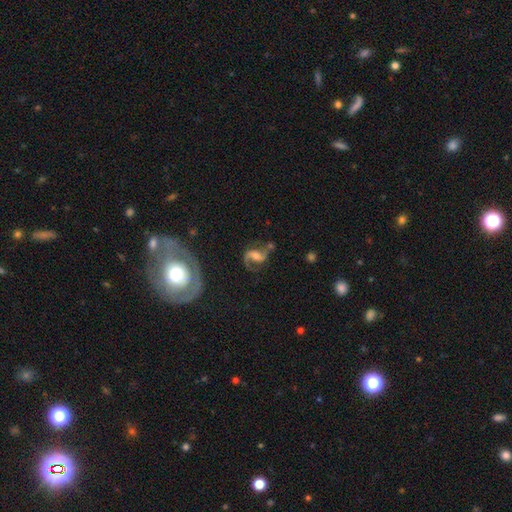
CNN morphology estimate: Smooth or featured: featured or disk — 85% (smooth — 8%)
Edge-on disk: no — 97% (yes — 3%)
Bar: weak — 45% (no — 31%)
Spiral arms: yes — 96% (no — 4%)
Spiral winding: loose — 48% (medium — 43%)
Spiral arm count: 2 — 89% (1 — 5%)
Bulge size: moderate — 45% (small — 32%)
Merging: none — 59% (minor disturbance — 18%)